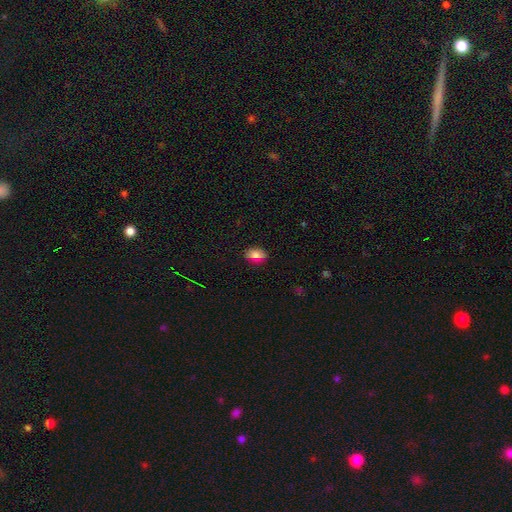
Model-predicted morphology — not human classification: Smooth or featured? Predicted: smooth (p=0.76). How rounded? Predicted: in between (p=0.77). Merging? Predicted: none (p=0.83).